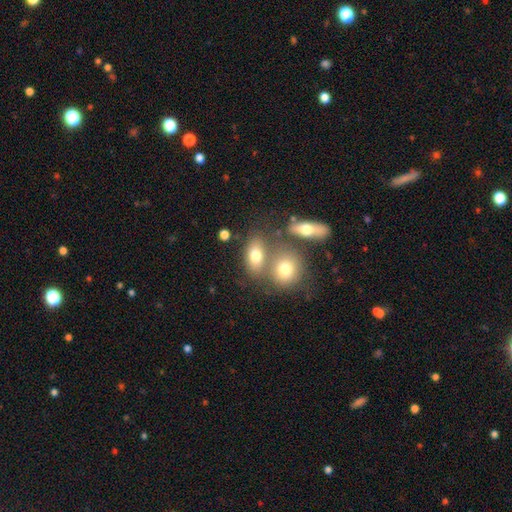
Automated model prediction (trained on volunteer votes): Q: Smooth or featured?
A: smooth (75%); runner-up: featured or disk (14%)
Q: How rounded?
A: in between (77%); runner-up: round (20%)
Q: Merging?
A: none (50%); runner-up: merger (34%)